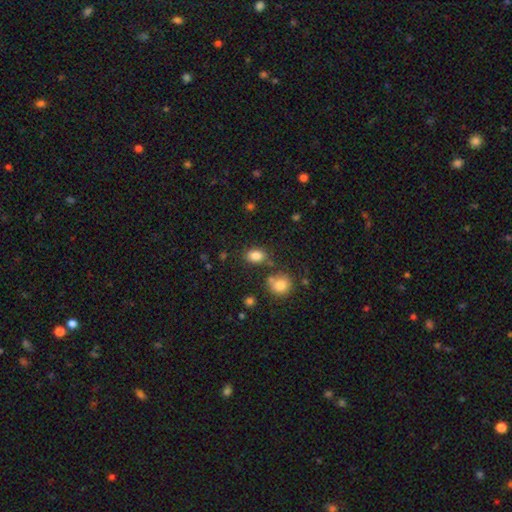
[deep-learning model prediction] This is clearly a smooth galaxy (84%). How rounded: likely in between (77%). Merging: likely none (75%).